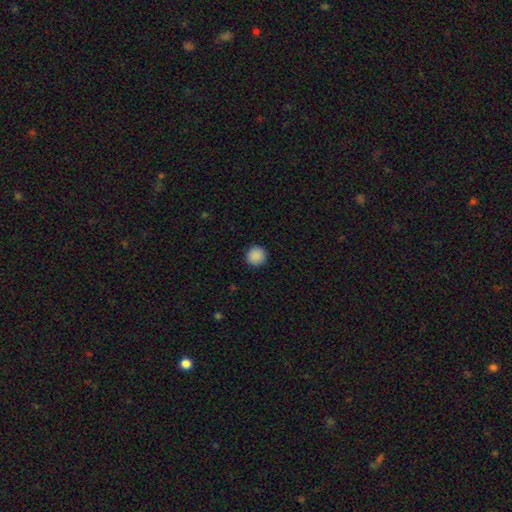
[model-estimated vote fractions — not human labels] Smooth or featured? Predicted: smooth (p=0.89). How rounded? Predicted: round (p=0.95). Merging? Predicted: none (p=0.92).